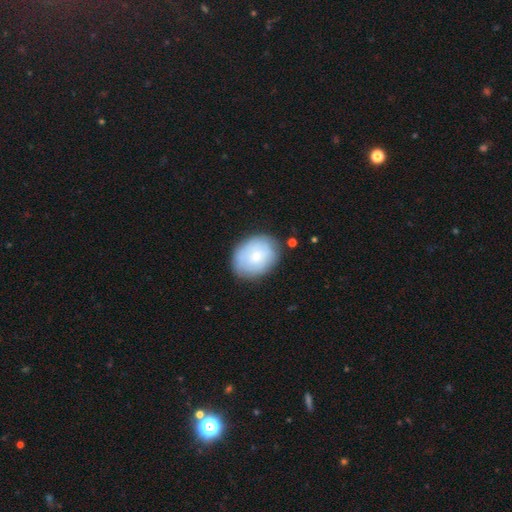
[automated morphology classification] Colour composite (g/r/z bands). It shows a smooth galaxy with no disk features (64%) that is in between round and cigar-shaped (60%). Merging: none (78%).